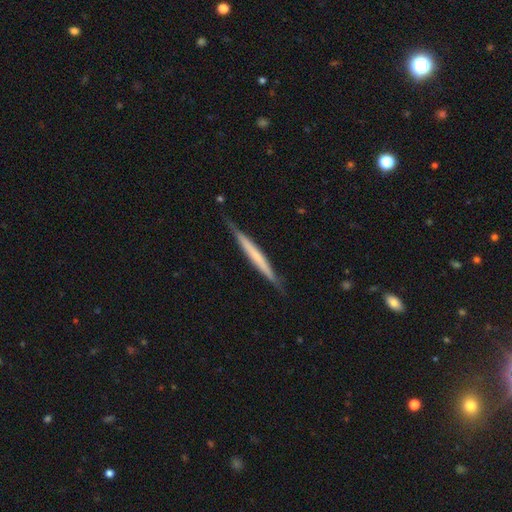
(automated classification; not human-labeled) featured or disk 52%, smooth 42%, star or artifact 5%. Down the decision tree: edge-on disk — yes (97%); edge-on bulge — none (81%); merging — none (85%).